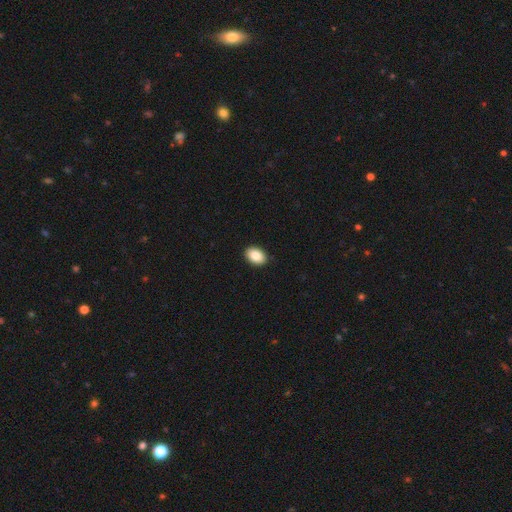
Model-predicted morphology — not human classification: Smooth or featured?
  - smooth: 86% *
  - star or artifact: 7%
  - featured or disk: 6%
How rounded?
  - in between: 84% *
  - round: 15%
  - cigar-shaped: 1%
Merging?
  - none: 91% *
  - minor disturbance: 6%
  - major disturbance: 2%
  - merger: 1%